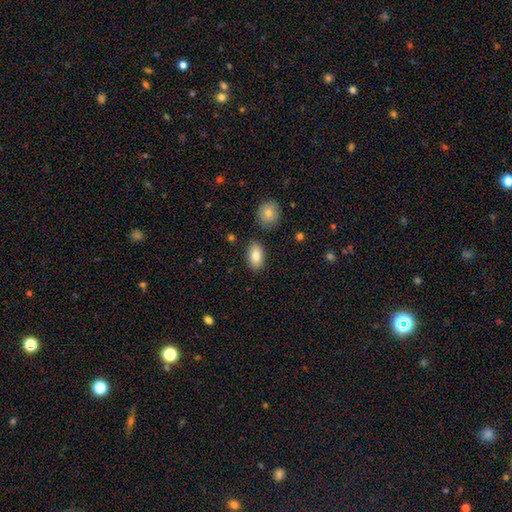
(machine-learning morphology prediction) This appears to be a smooth galaxy with no disk features (83%) that is in between round and cigar-shaped (91%). Merging: none (84%).